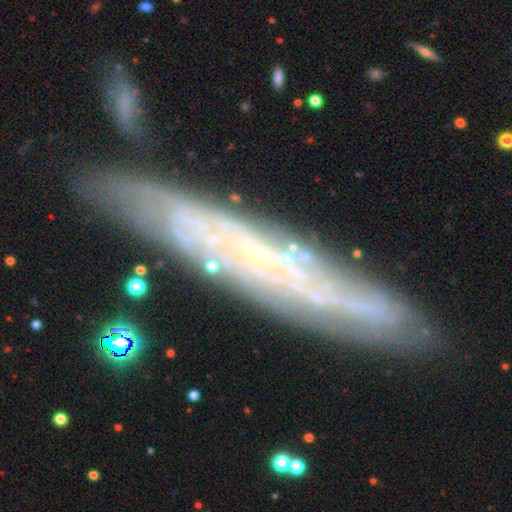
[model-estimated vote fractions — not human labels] Smooth or featured: featured or disk — 73% (smooth — 17%)
Edge-on disk: yes — 52% (no — 48%)
Merging: none — 76% (minor disturbance — 15%)